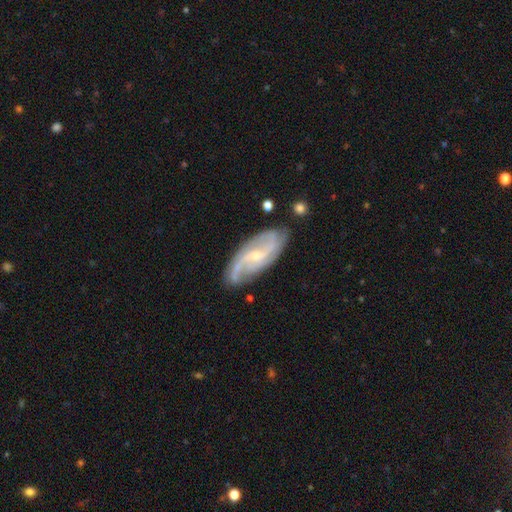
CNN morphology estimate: Smooth or featured? featured or disk (85%)
Edge-on disk? no (93%)
Bar? weak (47%)
Spiral arms? yes (96%)
Spiral winding? medium (43%)
Spiral arm count? 2 (58%)
Bulge size? small (72%)
Merging? none (75%)